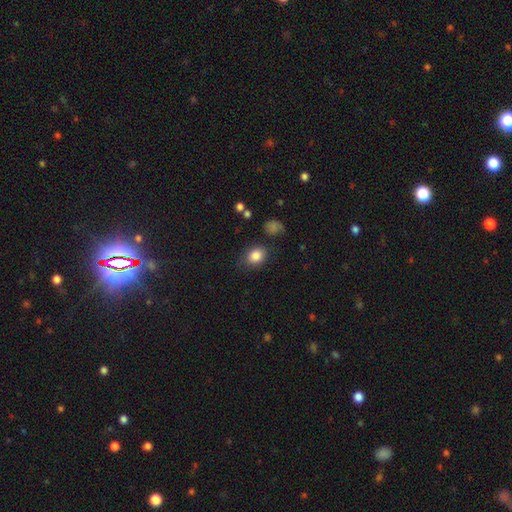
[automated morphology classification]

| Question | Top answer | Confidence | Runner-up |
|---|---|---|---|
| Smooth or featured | smooth | 85% | star or artifact (9%) |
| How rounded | in between | 52% | round (47%) |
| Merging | none | 74% | minor disturbance (18%) |